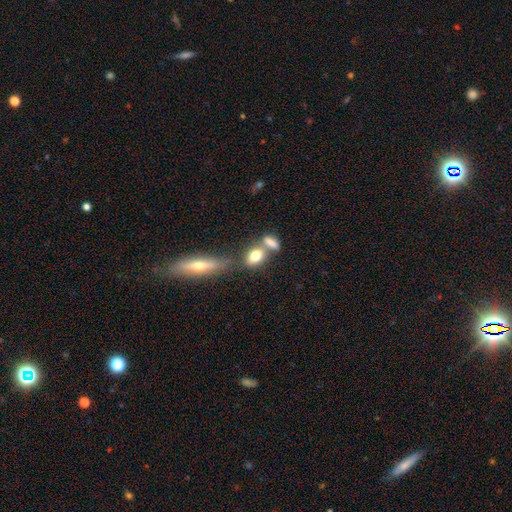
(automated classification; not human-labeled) Smooth or featured?
  - smooth: 75% *
  - featured or disk: 16%
  - star or artifact: 9%
How rounded?
  - in between: 76% *
  - round: 16%
  - cigar-shaped: 8%
Merging?
  - none: 45% *
  - merger: 38%
  - minor disturbance: 12%
  - major disturbance: 5%